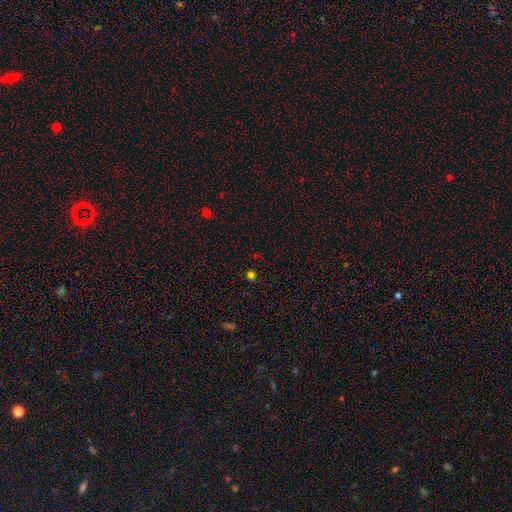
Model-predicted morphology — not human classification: The model was most divided on "smooth or featured": smooth: 51%, star or artifact: 43%, featured or disk: 6%. More confident: how rounded — round (85%); merging — none (82%).